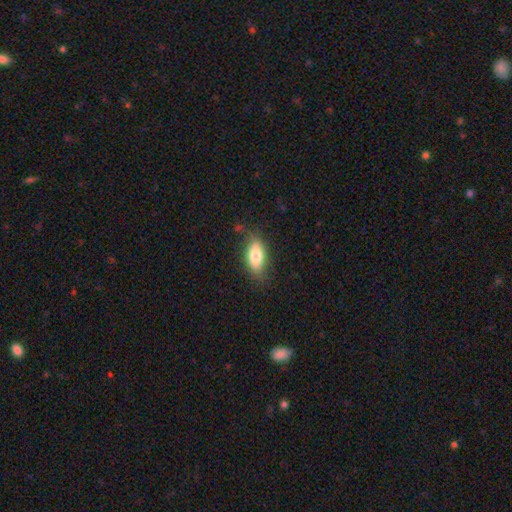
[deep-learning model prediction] Morphology: type=smooth (77%); roundness=in between (88%); merging=none (71%).